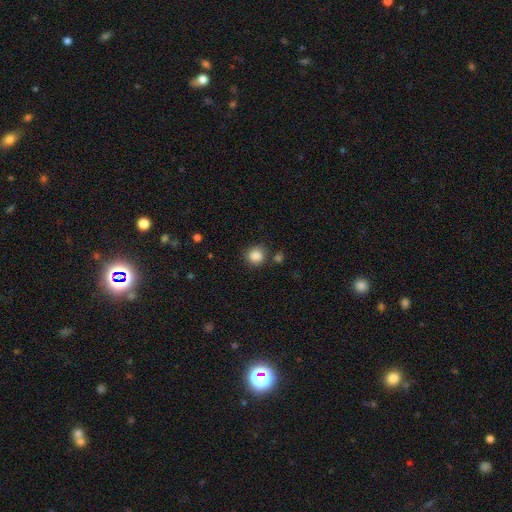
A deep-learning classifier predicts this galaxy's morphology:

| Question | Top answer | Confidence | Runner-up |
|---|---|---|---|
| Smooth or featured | smooth | 87% | star or artifact (10%) |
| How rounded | round | 85% | in between (14%) |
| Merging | none | 77% | minor disturbance (12%) |